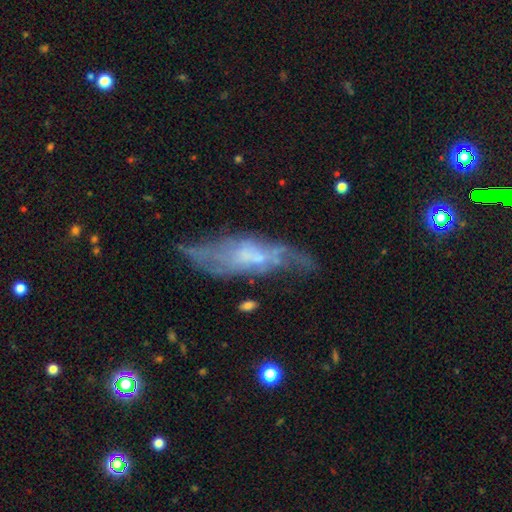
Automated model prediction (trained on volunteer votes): smooth_or_featured: featured or disk (p=0.64) [alt: smooth p=0.28]
disk_edge_on: no (p=0.77) [alt: yes p=0.23]
merging: none (p=0.45) [alt: minor disturbance p=0.27]